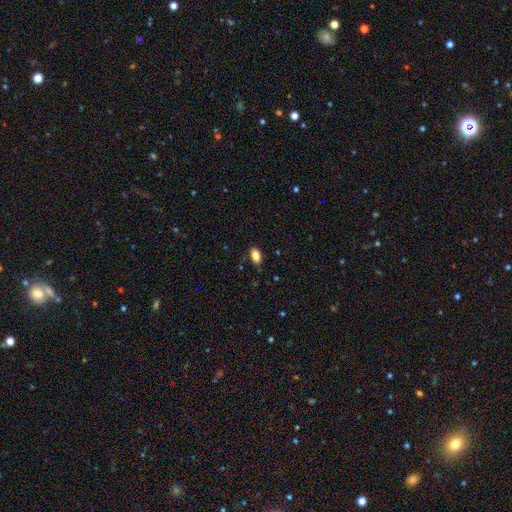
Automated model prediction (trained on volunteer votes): smooth-or-featured: smooth: 82% | featured or disk: 9% | star or artifact: 9%
  how-rounded: in between: 90% | round: 6% | cigar-shaped: 4%
  merging: none: 85% | minor disturbance: 11% | major disturbance: 2% | merger: 1%